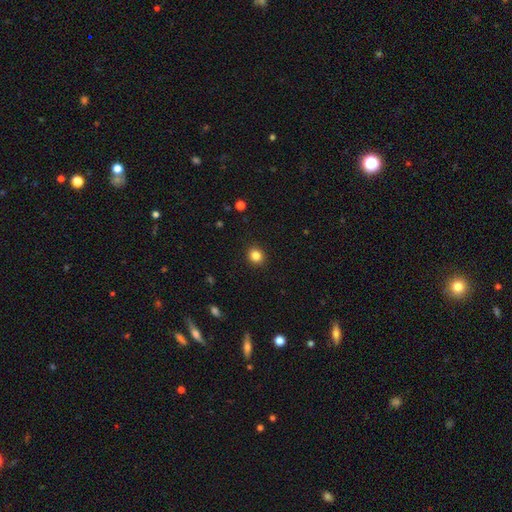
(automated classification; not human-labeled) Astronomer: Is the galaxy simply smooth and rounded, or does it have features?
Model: smooth — 84%.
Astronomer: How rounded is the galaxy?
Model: round — 82%.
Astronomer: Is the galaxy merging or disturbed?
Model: none — 92%.